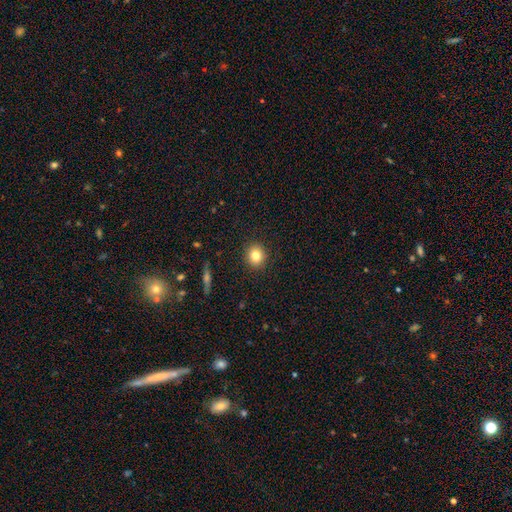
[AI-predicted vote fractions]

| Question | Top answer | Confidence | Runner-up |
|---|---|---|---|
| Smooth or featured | smooth | 81% | star or artifact (10%) |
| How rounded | round | 82% | in between (17%) |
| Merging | none | 91% | minor disturbance (6%) |